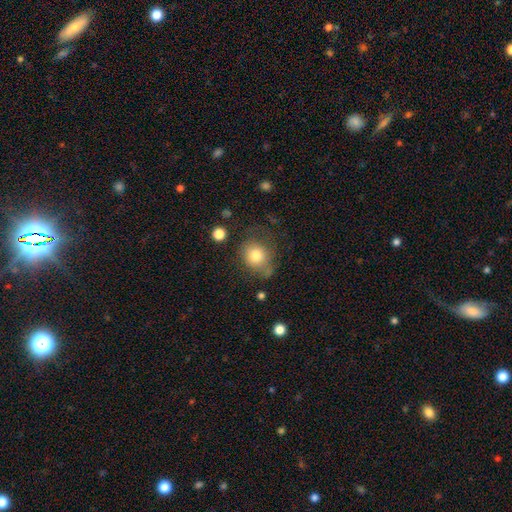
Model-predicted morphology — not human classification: Overall: smooth (79%). How rounded: round (75%). Merging: none (58%; minor disturbance 24%).